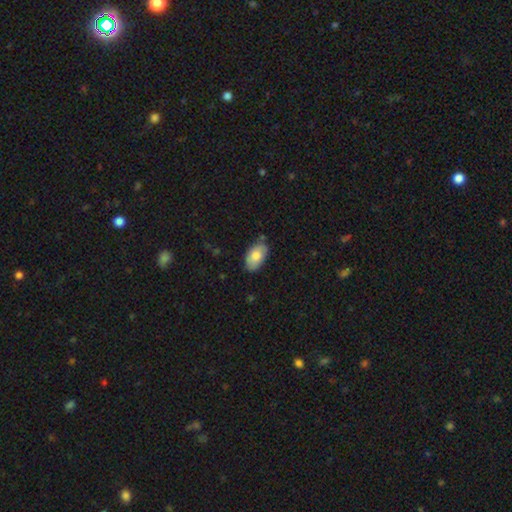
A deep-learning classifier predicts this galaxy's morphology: This is likely a smooth galaxy (80%). How rounded: clearly in between (94%). Merging: likely none (75%).